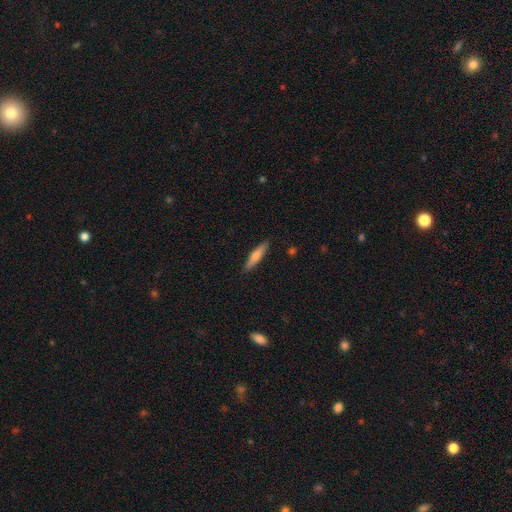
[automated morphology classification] A smooth galaxy with no disk features (63%) that is cigar-shaped (84%).

Vote fractions:
- Smooth or featured? smooth: 63% / featured or disk: 31% / star or artifact: 6%
- How rounded? cigar-shaped: 84% / in between: 14% / round: 2%
- Merging? none: 89% / minor disturbance: 8% / major disturbance: 2% / merger: 1%